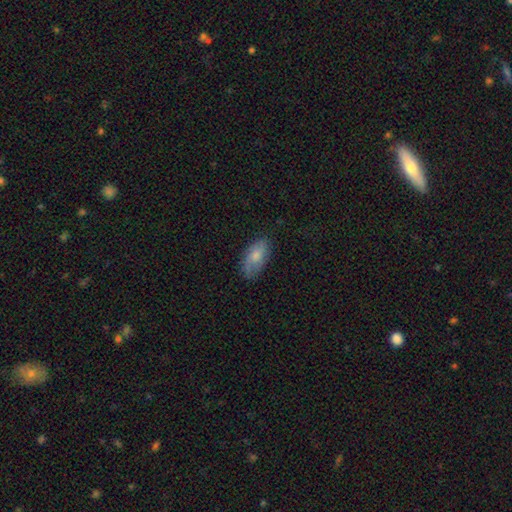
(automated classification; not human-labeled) Morphology: type=smooth (67%); roundness=in between (92%); merging=none (73%).